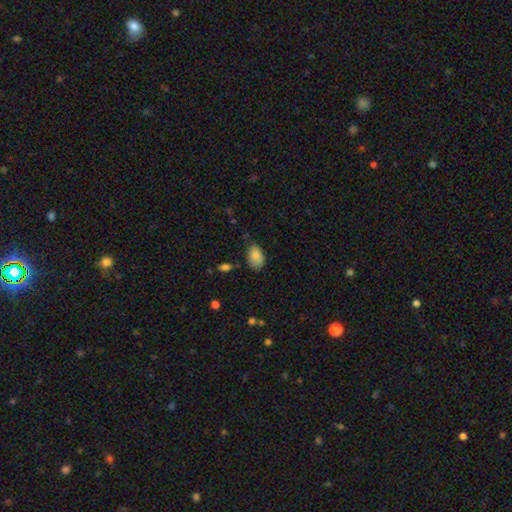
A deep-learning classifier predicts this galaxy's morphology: This appears to be a smooth galaxy with no disk features (84%) that is in between round and cigar-shaped (87%). Merging: none (70%).